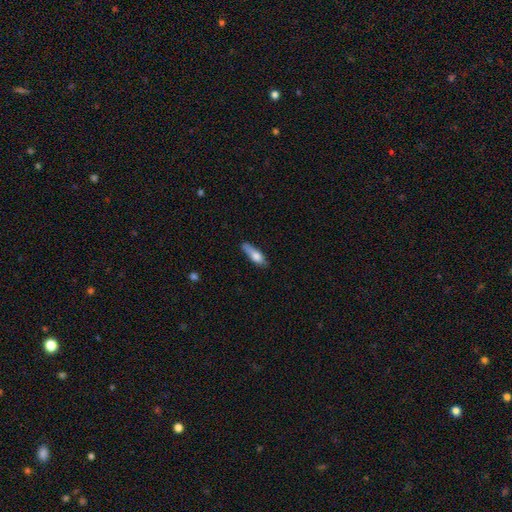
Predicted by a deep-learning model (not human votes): Q: Smooth or featured?
A: smooth (75%); runner-up: featured or disk (19%)
Q: How rounded?
A: cigar-shaped (55%); runner-up: in between (43%)
Q: Merging?
A: none (55%); runner-up: minor disturbance (33%)